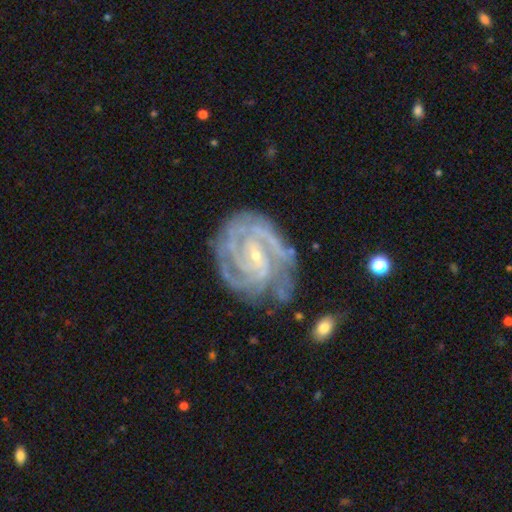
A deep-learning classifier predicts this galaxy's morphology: type=featured or disk (91%); edge-on=no (98%); bar=weak (42%); spiral arms=yes (98%); winding=tight (70%); arm count=3 (29%); bulge=small (85%); merging=none (65%).